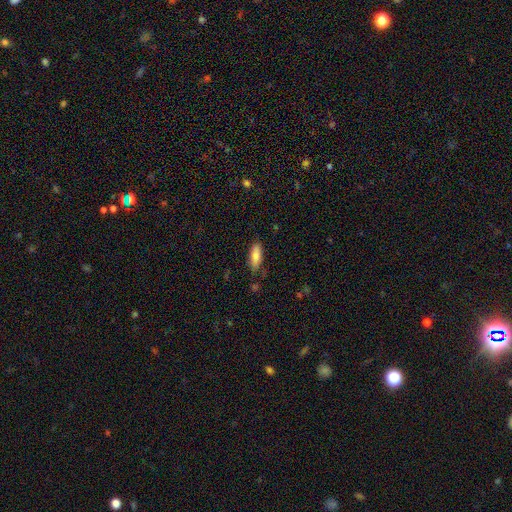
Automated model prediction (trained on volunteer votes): The model was most divided on "how rounded": in between: 70%, cigar-shaped: 28%, round: 2%. More confident: smooth or featured — smooth (81%); merging — none (80%).